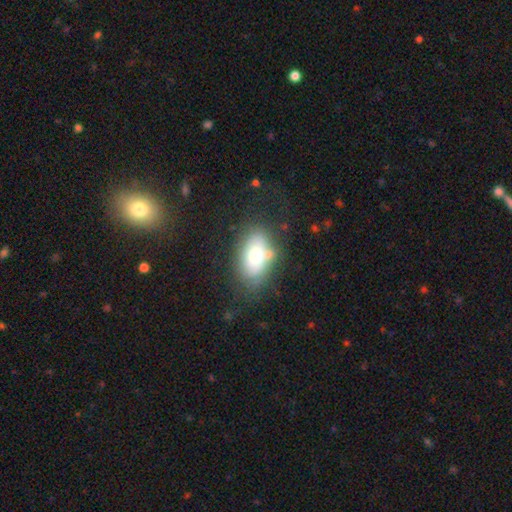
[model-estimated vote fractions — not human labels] smooth_or_featured: smooth (p=0.64) [alt: featured or disk p=0.27]
how_rounded: in between (p=0.86) [alt: round p=0.12]
merging: none (p=0.62) [alt: minor disturbance p=0.21]